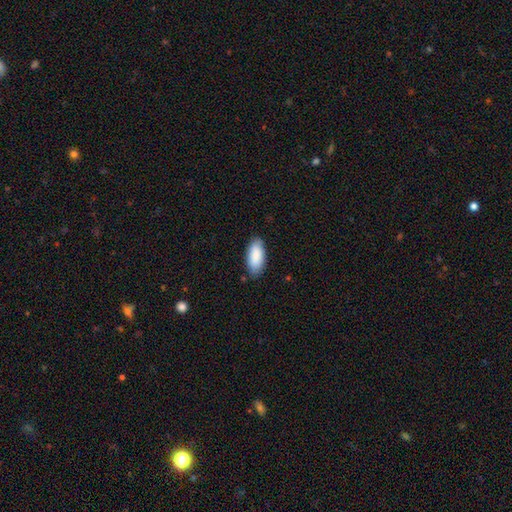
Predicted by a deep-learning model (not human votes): Smooth or featured? smooth (89%)
How rounded? in between (88%)
Merging? none (83%)